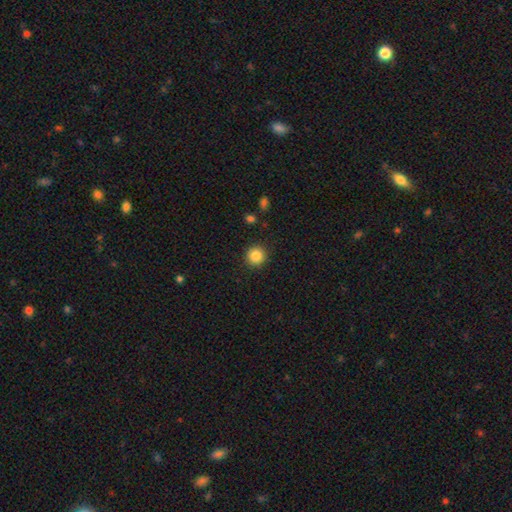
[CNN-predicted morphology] Smooth or featured: smooth — 86% (star or artifact — 10%)
How rounded: round — 94% (in between — 5%)
Merging: none — 91% (minor disturbance — 6%)